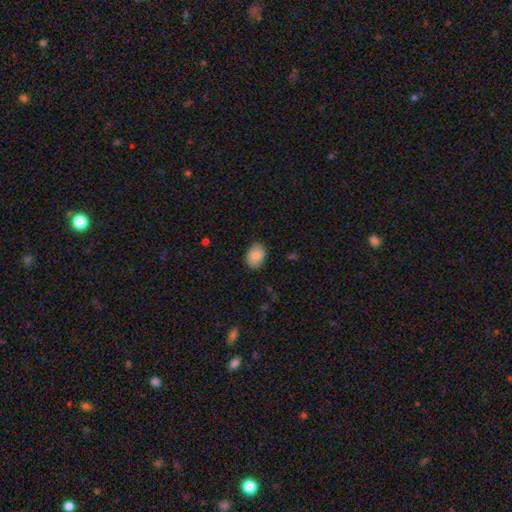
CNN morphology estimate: Smooth or featured: smooth — 85% (featured or disk — 8%)
How rounded: in between — 75% (round — 24%)
Merging: none — 85% (minor disturbance — 11%)